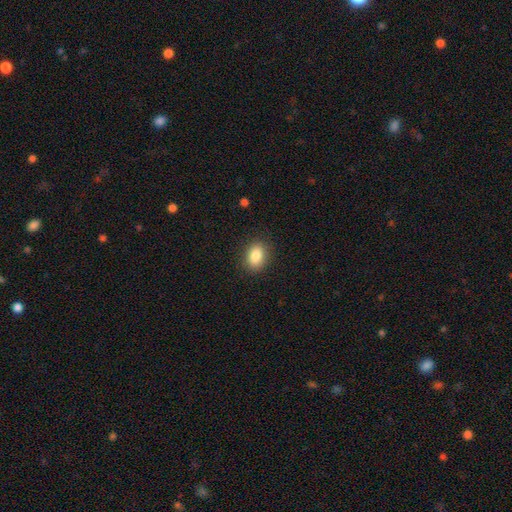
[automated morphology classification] A smooth galaxy with no disk features (86%) that is in between round and cigar-shaped (75%). Merging: none (87%).